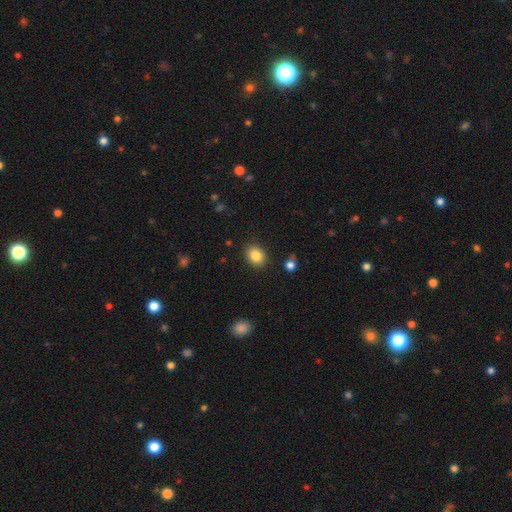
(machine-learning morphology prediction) A smooth galaxy with no disk features (85%) that is in between round and cigar-shaped (54%).

Vote fractions:
- Smooth or featured? smooth: 85% / star or artifact: 9% / featured or disk: 6%
- How rounded? in between: 54% / round: 45% / cigar-shaped: 1%
- Merging? none: 88% / minor disturbance: 8% / major disturbance: 2% / merger: 2%